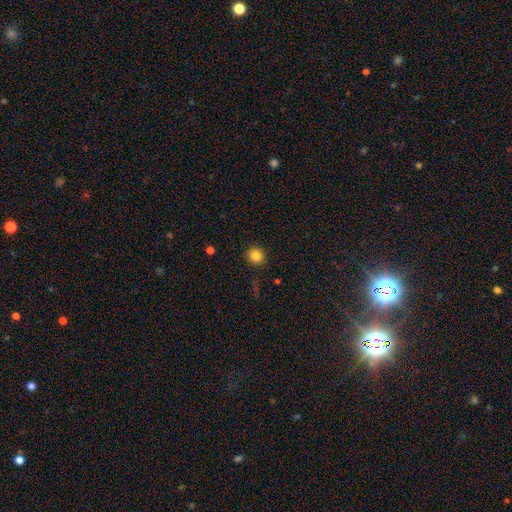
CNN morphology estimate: This is clearly a smooth galaxy (83%). How rounded: clearly round (88%). Merging: clearly none (90%).